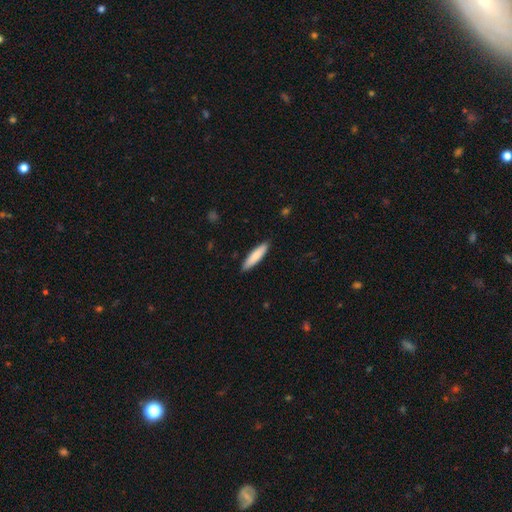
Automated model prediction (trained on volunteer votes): Smooth or featured? smooth (81%)
How rounded? cigar-shaped (77%)
Merging? none (89%)